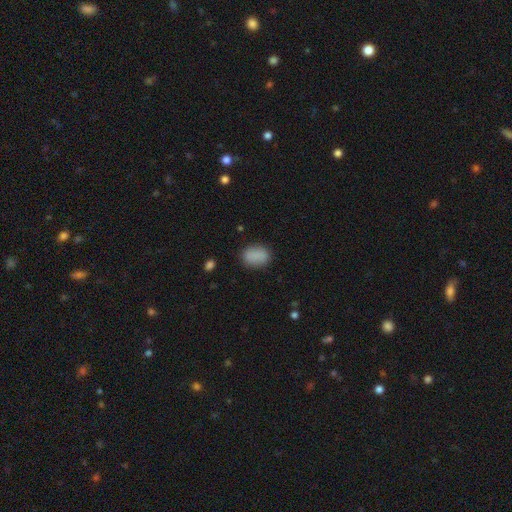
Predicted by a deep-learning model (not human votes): This is clearly a smooth galaxy (87%). How rounded: likely in between (75%). Merging: clearly none (83%).